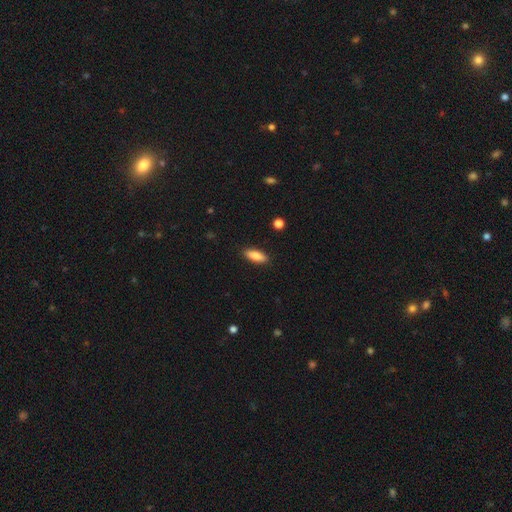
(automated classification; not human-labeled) Smooth or featured? smooth (85%)
How rounded? in between (67%)
Merging? none (89%)